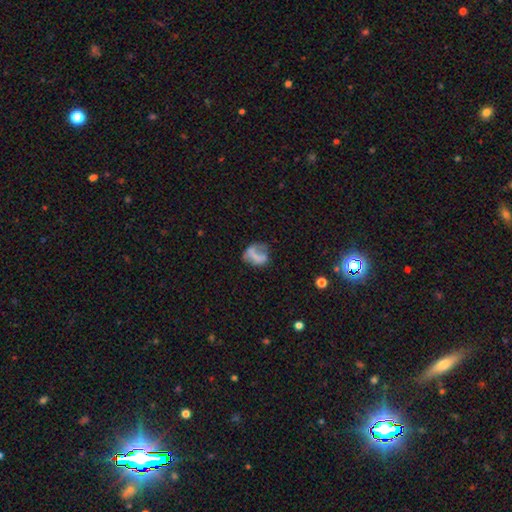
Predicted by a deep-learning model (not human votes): Q: Smooth or featured?
A: smooth (52%); runner-up: featured or disk (36%)
Q: How rounded?
A: round (51%); runner-up: in between (46%)
Q: Merging?
A: none (38%); runner-up: major disturbance (31%)